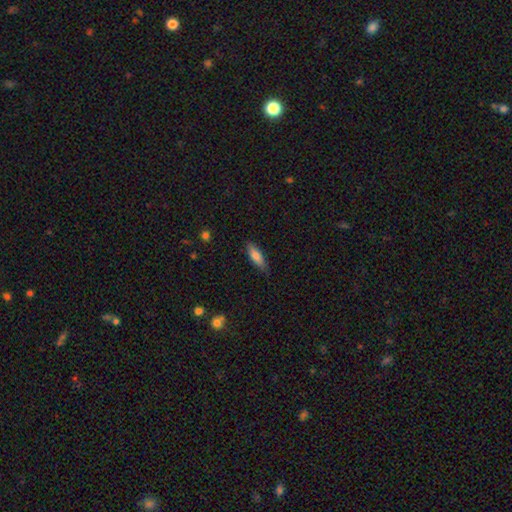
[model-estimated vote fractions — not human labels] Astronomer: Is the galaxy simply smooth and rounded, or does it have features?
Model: smooth — 78%.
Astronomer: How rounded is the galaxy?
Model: in between — 53% (runner-up: cigar-shaped, 45%).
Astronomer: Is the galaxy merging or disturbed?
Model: none — 80%.